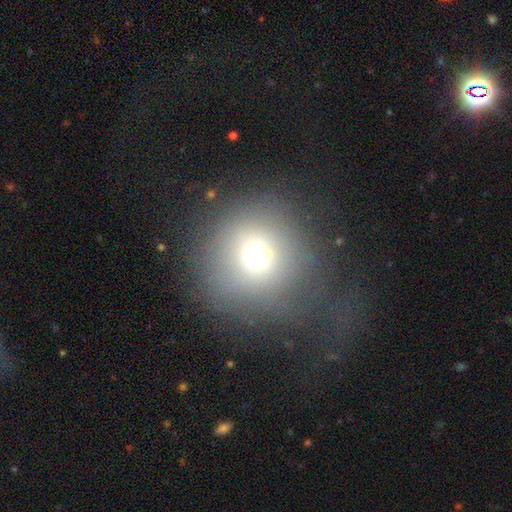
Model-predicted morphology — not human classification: smooth-or-featured: smooth: 65% | star or artifact: 21% | featured or disk: 14%
  how-rounded: round: 93% | in between: 6% | cigar-shaped: 1%
  merging: none: 61% | major disturbance: 17% | minor disturbance: 15% | merger: 6%